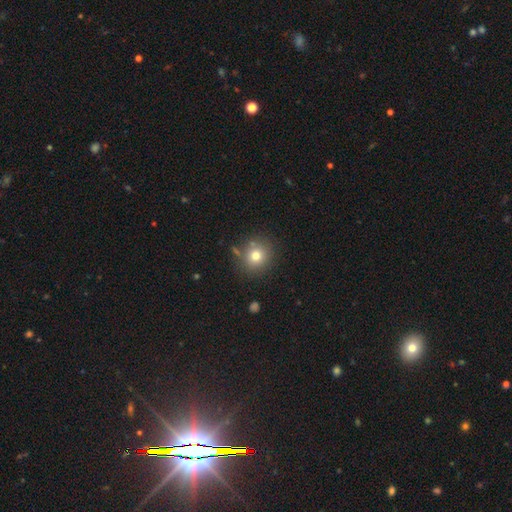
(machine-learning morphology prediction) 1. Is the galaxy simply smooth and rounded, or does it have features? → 76% smooth, 13% star or artifact, 11% featured or disk.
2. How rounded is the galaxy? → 88% round, 11% in between, 1% cigar-shaped.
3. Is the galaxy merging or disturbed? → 81% none, 10% minor disturbance, 5% merger, 4% major disturbance.